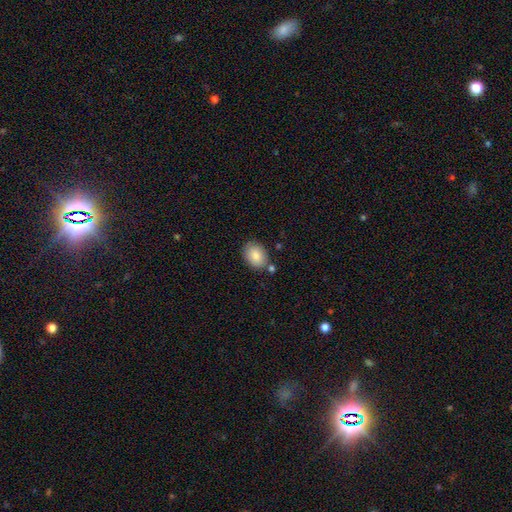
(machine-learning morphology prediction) smooth_or_featured: smooth (p=0.84) [alt: featured or disk p=0.09]
how_rounded: in between (p=0.76) [alt: round p=0.23]
merging: none (p=0.77) [alt: minor disturbance p=0.13]